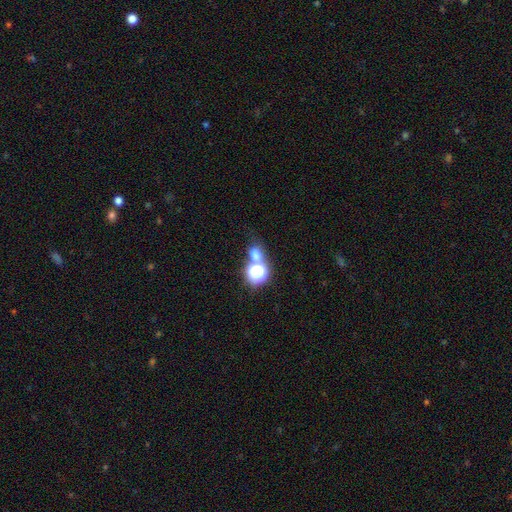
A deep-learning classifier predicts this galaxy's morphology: The model was most divided on "merging": none: 53%, merger: 33%, minor disturbance: 9%, major disturbance: 5%. More confident: how rounded — round (65%); smooth or featured — smooth (62%).